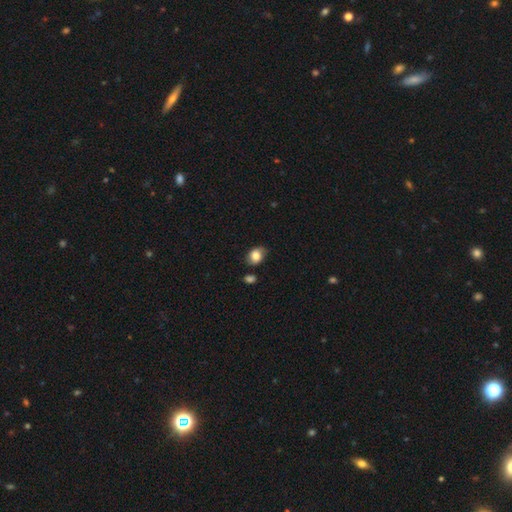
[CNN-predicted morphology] A smooth galaxy with no disk features (80%) that is in between round and cigar-shaped (61%).

Vote fractions:
- Smooth or featured? smooth: 80% / featured or disk: 11% / star or artifact: 9%
- How rounded? in between: 61% / round: 38% / cigar-shaped: 1%
- Merging? none: 64% / minor disturbance: 26% / major disturbance: 5% / merger: 5%